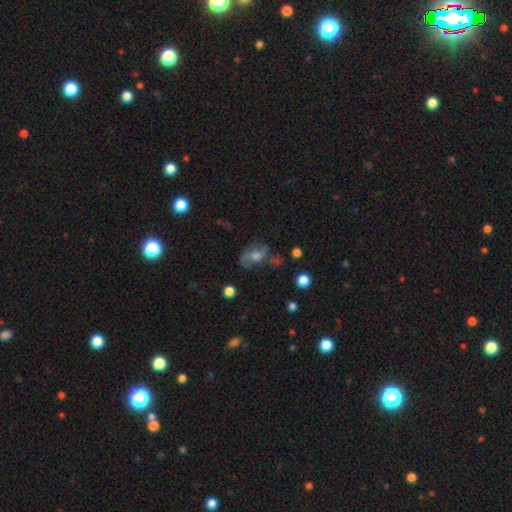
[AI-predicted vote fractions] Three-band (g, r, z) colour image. It shows a featured or disk galaxy (51%). Merging: none (49%).